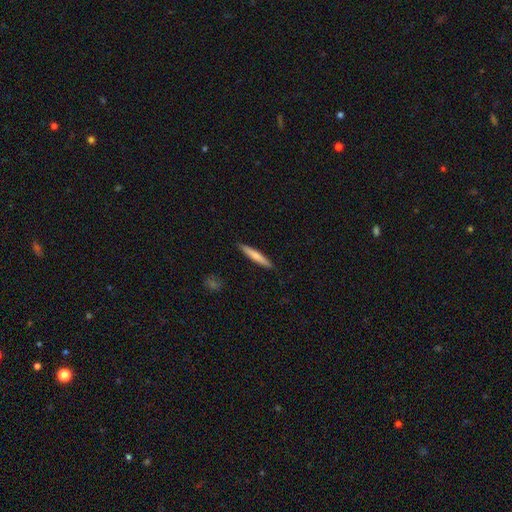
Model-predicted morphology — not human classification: smooth-or-featured: smooth: 68% | featured or disk: 27% | star or artifact: 5%
  how-rounded: cigar-shaped: 93% | in between: 5% | round: 1%
  merging: none: 91% | minor disturbance: 7% | major disturbance: 1% | merger: 1%